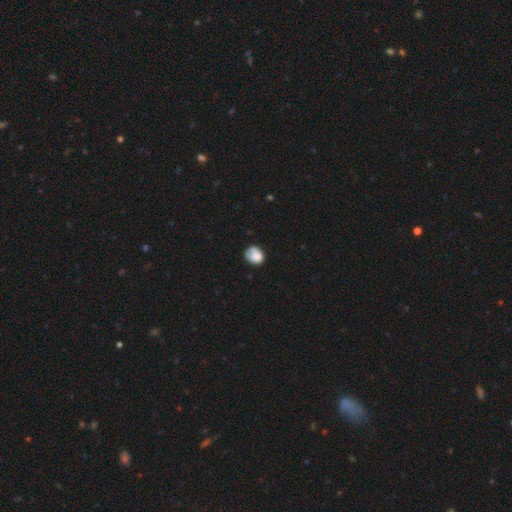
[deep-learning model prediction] A smooth galaxy with no disk features (77%) that is round (61%). Merging: none (53%).